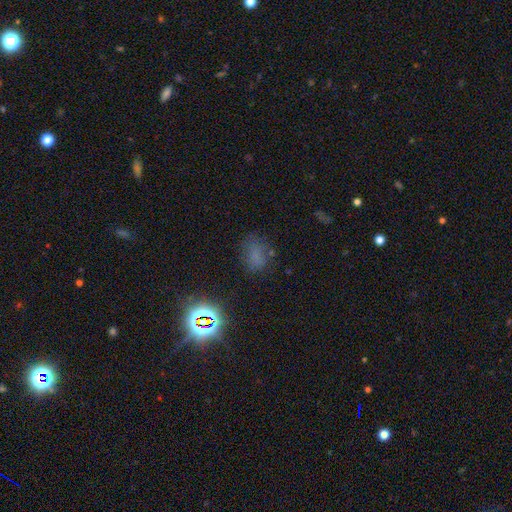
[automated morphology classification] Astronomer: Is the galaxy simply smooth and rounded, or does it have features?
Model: smooth — 57% (runner-up: star or artifact, 32%).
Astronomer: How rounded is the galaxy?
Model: in between — 70%.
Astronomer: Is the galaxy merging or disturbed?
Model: none — 64%.